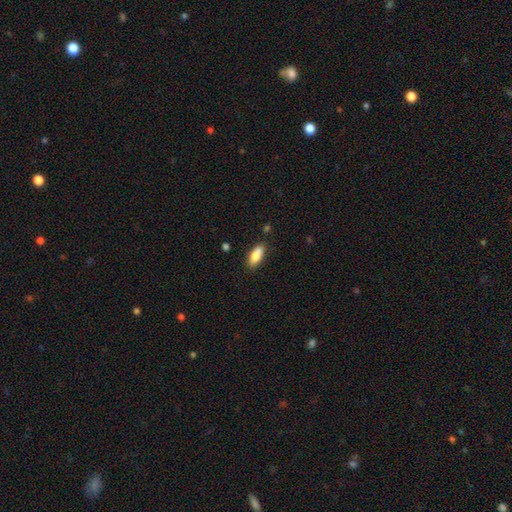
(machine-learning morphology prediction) Smooth or featured? smooth (84%)
How rounded? in between (79%)
Merging? none (78%)